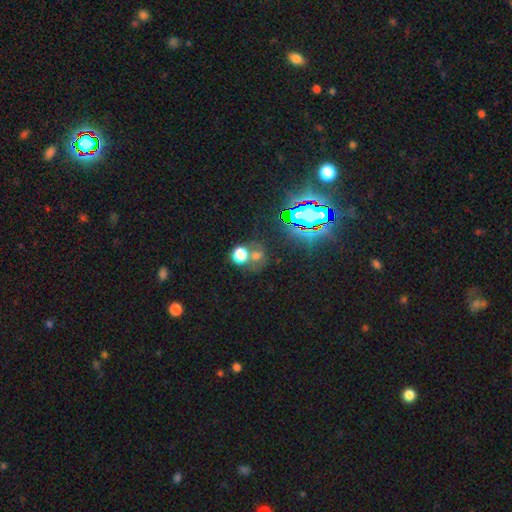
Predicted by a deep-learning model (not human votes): Q: Smooth or featured?
A: smooth (55%); runner-up: star or artifact (33%)
Q: How rounded?
A: round (73%); runner-up: in between (26%)
Q: Merging?
A: none (44%); runner-up: merger (36%)